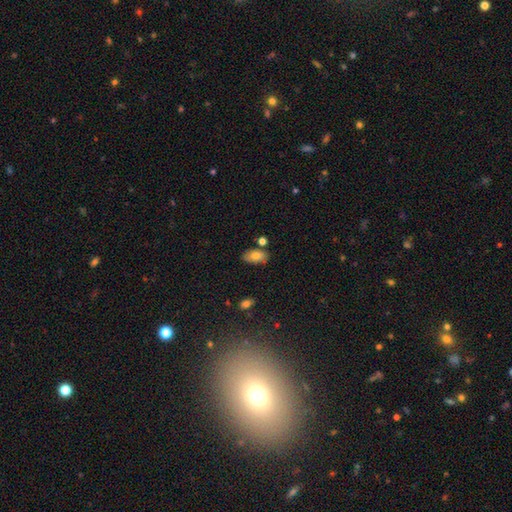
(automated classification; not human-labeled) Q: Smooth or featured?
A: smooth (75%); runner-up: featured or disk (17%)
Q: How rounded?
A: in between (92%); runner-up: round (6%)
Q: Merging?
A: none (74%); runner-up: minor disturbance (16%)